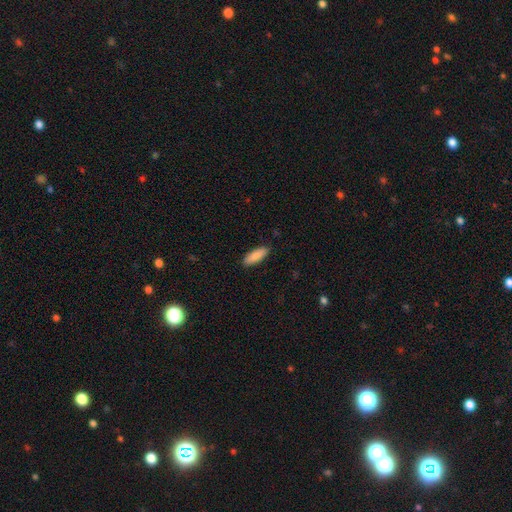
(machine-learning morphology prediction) Smooth or featured?
  - smooth: 87% *
  - featured or disk: 7%
  - star or artifact: 6%
How rounded?
  - in between: 61% *
  - cigar-shaped: 37%
  - round: 2%
Merging?
  - none: 89% *
  - minor disturbance: 8%
  - major disturbance: 2%
  - merger: 1%